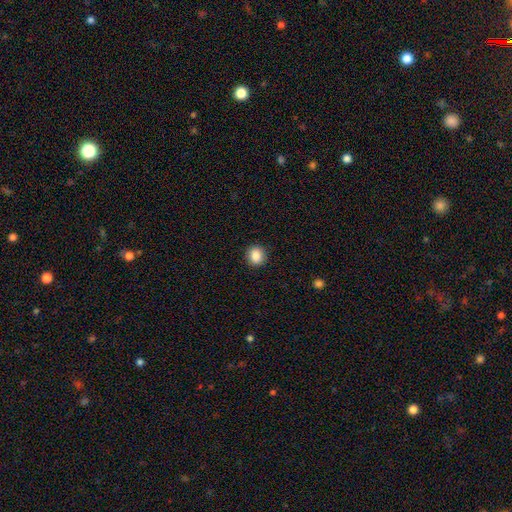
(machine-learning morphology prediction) A smooth galaxy with no disk features (87%) that is round (78%).

Vote fractions:
- Smooth or featured? smooth: 87% / star or artifact: 9% / featured or disk: 4%
- How rounded? round: 78% / in between: 21% / cigar-shaped: 1%
- Merging? none: 90% / minor disturbance: 7% / major disturbance: 2% / merger: 1%